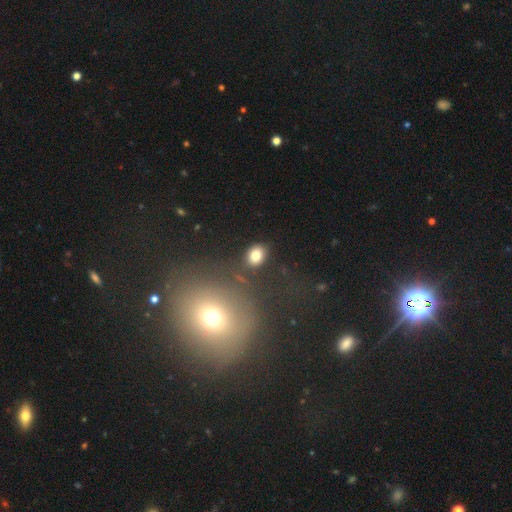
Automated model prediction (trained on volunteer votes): Smooth or featured: smooth — 79% (star or artifact — 11%)
How rounded: in between — 60% (round — 39%)
Merging: none — 82% (minor disturbance — 10%)